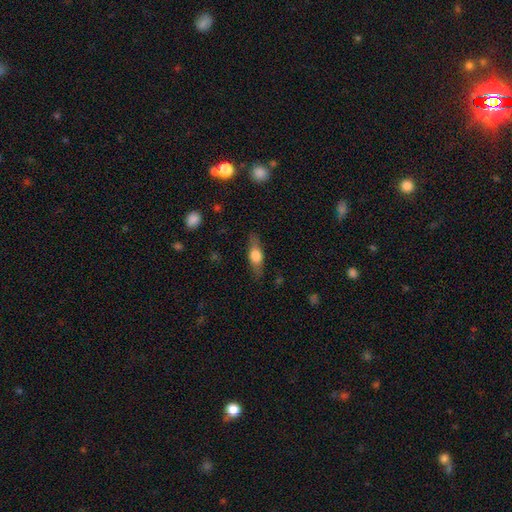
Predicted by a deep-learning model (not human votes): This appears to be a smooth galaxy with no disk features (52%) that is in between round and cigar-shaped (51%). Merging: none (83%).